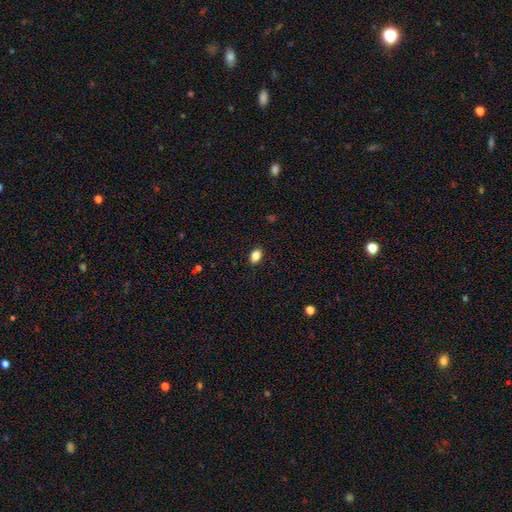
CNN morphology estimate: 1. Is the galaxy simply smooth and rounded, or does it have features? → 85% smooth, 10% star or artifact, 5% featured or disk.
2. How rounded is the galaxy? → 79% in between, 20% round, 1% cigar-shaped.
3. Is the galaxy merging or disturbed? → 89% none, 8% minor disturbance, 2% major disturbance, 1% merger.